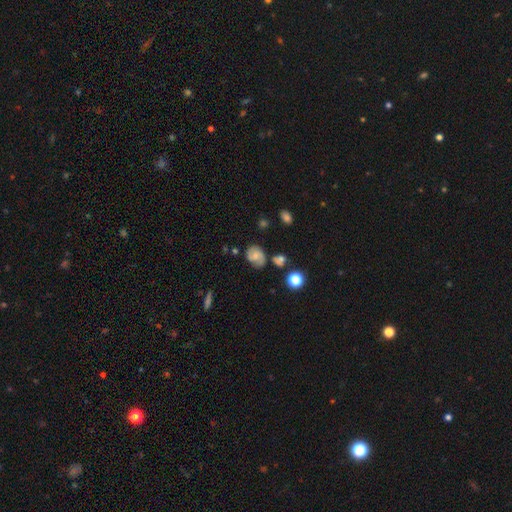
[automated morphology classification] Smooth or featured? Predicted: featured or disk (p=0.46). Merging? Predicted: none (p=0.56).